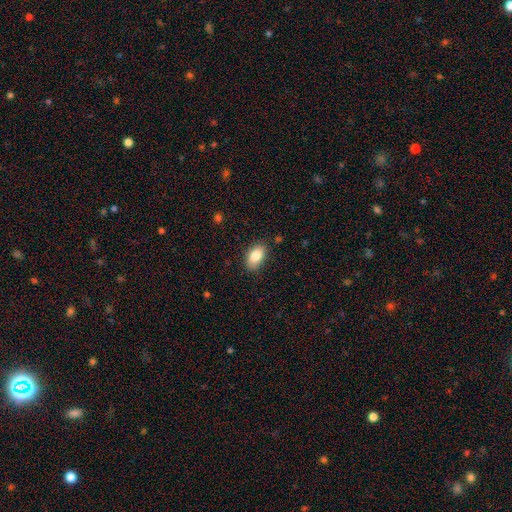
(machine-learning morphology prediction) Smooth or featured? smooth (85%)
How rounded? in between (91%)
Merging? none (83%)